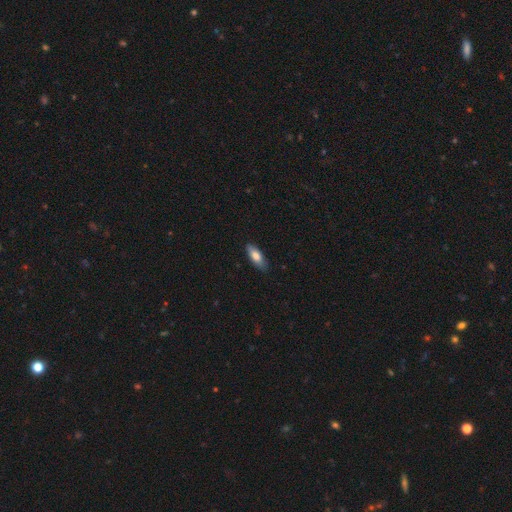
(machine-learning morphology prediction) type=smooth (78%); roundness=in between (71%); merging=none (83%).